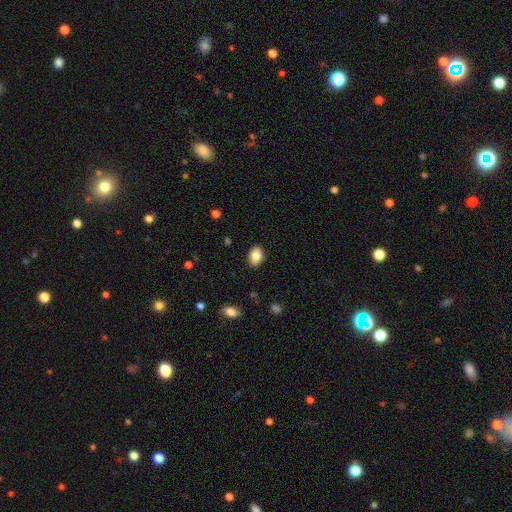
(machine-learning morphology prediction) Smooth or featured?
  - smooth: 85% *
  - star or artifact: 8%
  - featured or disk: 7%
How rounded?
  - in between: 84% *
  - round: 14%
  - cigar-shaped: 1%
Merging?
  - none: 88% *
  - minor disturbance: 9%
  - major disturbance: 2%
  - merger: 1%